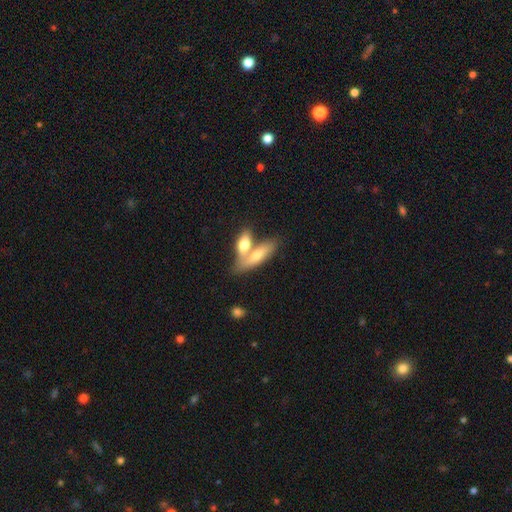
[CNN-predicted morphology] Overall: smooth (66%; featured or disk 28%). How rounded: in between (65%; cigar-shaped 32%). Merging: merger (58%; none 31%).